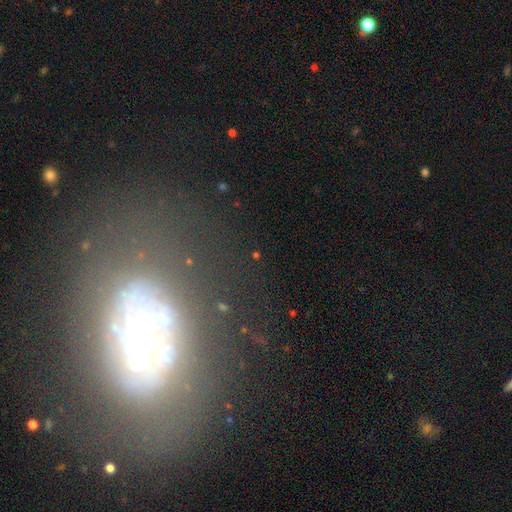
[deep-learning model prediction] A star or artifact, not a galaxy (56%).

Vote fractions:
- Smooth or featured? star or artifact: 56% / smooth: 22% / featured or disk: 22%